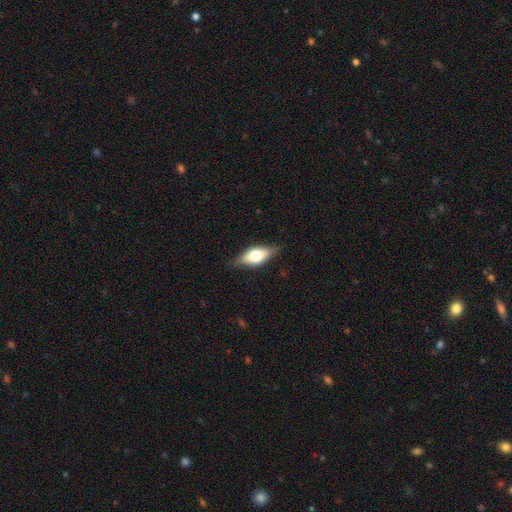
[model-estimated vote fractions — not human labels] Morphology: type=smooth (53%); roundness=in between (79%); merging=none (79%).